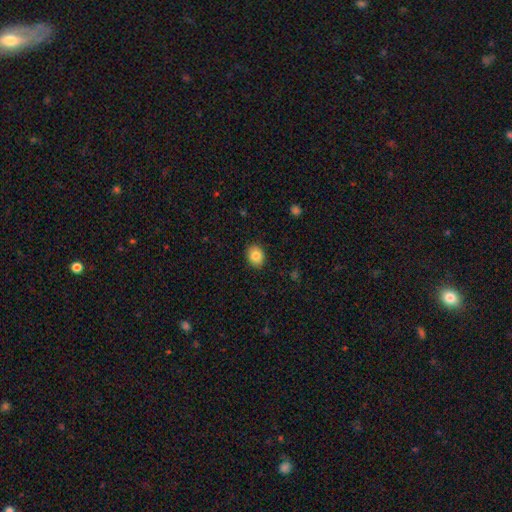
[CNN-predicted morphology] The model was most divided on "how rounded": in between: 54%, round: 45%, cigar-shaped: 1%. More confident: merging — none (89%); smooth or featured — smooth (84%).